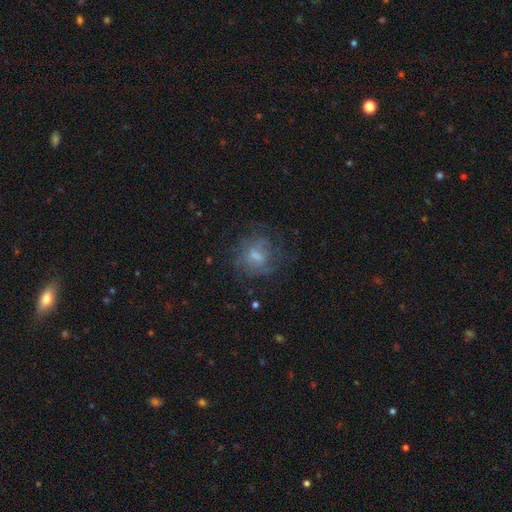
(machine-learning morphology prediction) Smooth or featured?
  - smooth: 45% *
  - featured or disk: 39%
  - star or artifact: 16%
Merging?
  - none: 63% *
  - minor disturbance: 19%
  - major disturbance: 16%
  - merger: 2%